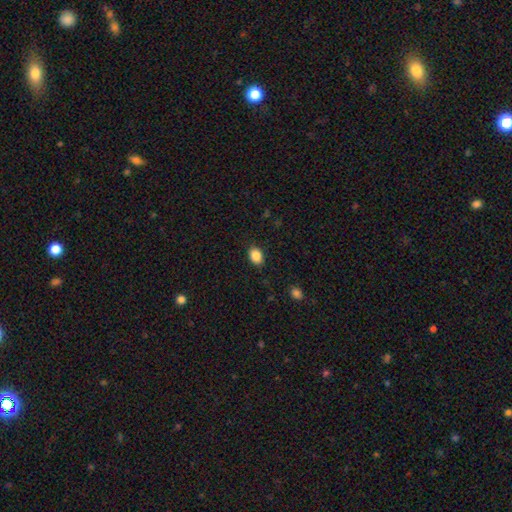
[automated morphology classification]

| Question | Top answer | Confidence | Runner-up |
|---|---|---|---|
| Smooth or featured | smooth | 87% | star or artifact (9%) |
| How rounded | in between | 71% | round (28%) |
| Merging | none | 88% | minor disturbance (9%) |